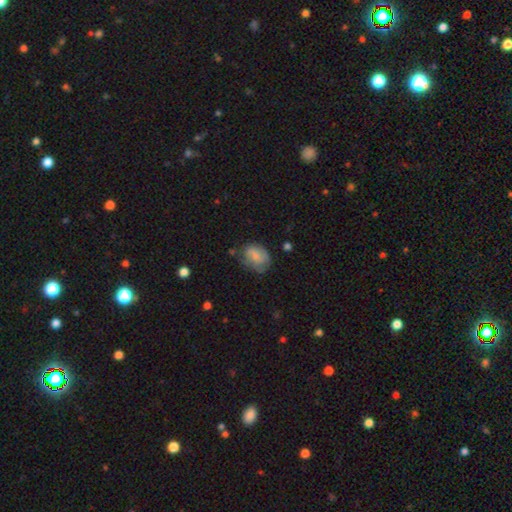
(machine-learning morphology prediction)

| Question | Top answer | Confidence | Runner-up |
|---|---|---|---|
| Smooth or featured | smooth | 67% | featured or disk (25%) |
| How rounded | in between | 62% | round (37%) |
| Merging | none | 56% | minor disturbance (30%) |